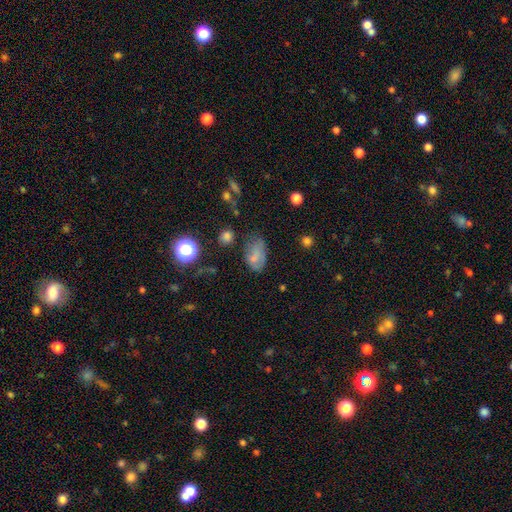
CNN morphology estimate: Smooth or featured: smooth — 68% (featured or disk — 18%)
How rounded: in between — 88% (round — 11%)
Merging: none — 47% (minor disturbance — 33%)